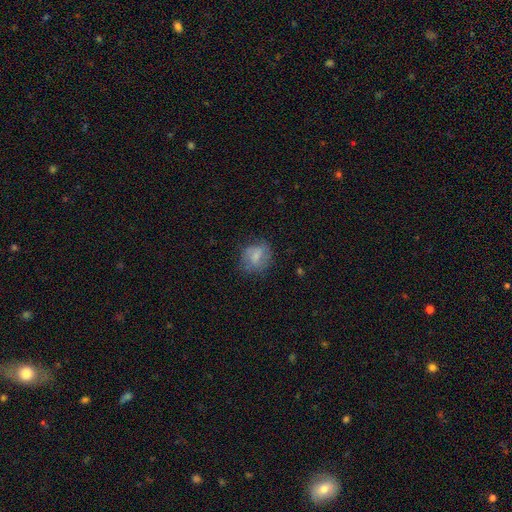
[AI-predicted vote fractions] Q: Smooth or featured?
A: smooth (62%); runner-up: featured or disk (29%)
Q: How rounded?
A: round (56%); runner-up: in between (42%)
Q: Merging?
A: none (65%); runner-up: minor disturbance (23%)